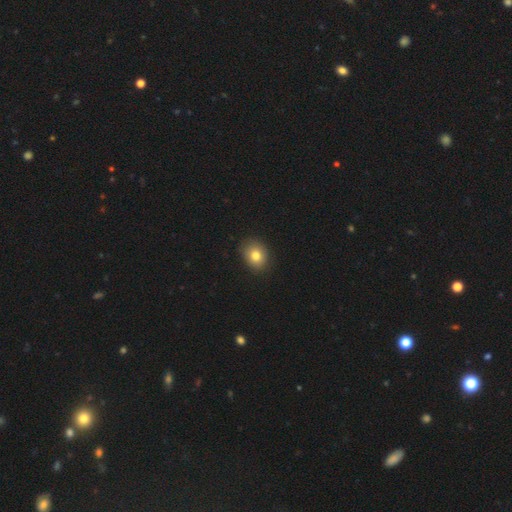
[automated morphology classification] smooth 80%, featured or disk 10%, star or artifact 10%. Down the decision tree: how rounded — round (50%); merging — none (85%).